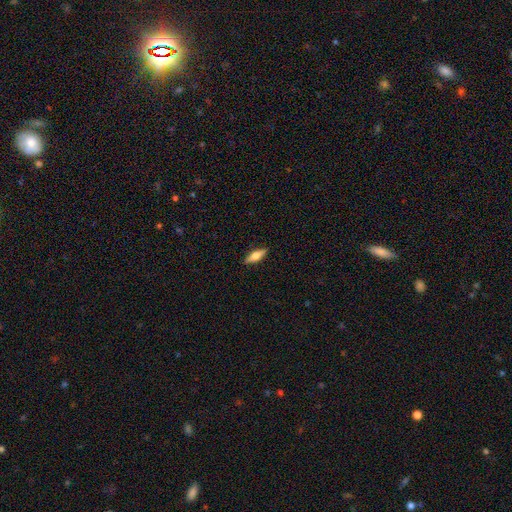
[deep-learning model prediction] Smooth or featured? Predicted: smooth (p=0.60). How rounded? Predicted: in between (p=0.50). Merging? Predicted: none (p=0.89).